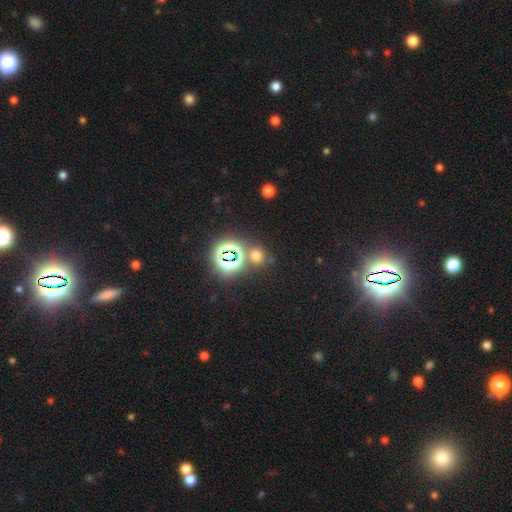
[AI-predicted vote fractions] smooth_or_featured: smooth (p=0.54) [alt: star or artifact p=0.40]
how_rounded: round (p=0.82) [alt: in between p=0.17]
merging: none (p=0.75) [alt: merger p=0.13]